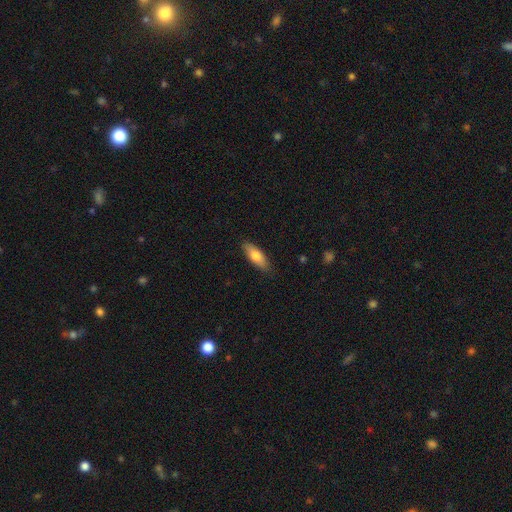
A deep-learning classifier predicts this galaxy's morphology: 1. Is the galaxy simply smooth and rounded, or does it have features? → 77% smooth, 18% featured or disk, 6% star or artifact.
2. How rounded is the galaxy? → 68% in between, 29% cigar-shaped, 2% round.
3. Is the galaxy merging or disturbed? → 86% none, 11% minor disturbance, 2% major disturbance, 1% merger.